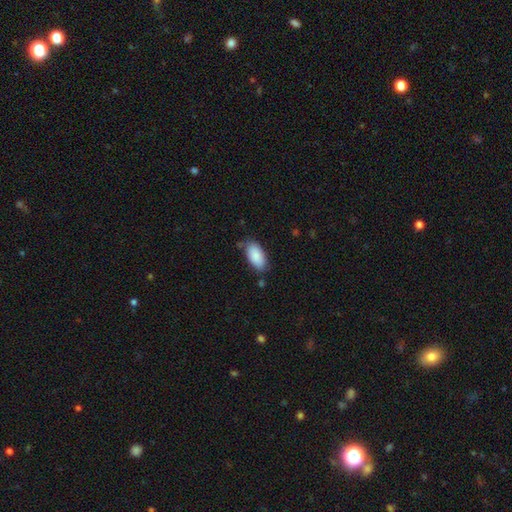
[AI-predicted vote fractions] Smooth or featured: smooth — 88% (star or artifact — 6%)
How rounded: in between — 93% (cigar-shaped — 5%)
Merging: none — 75% (minor disturbance — 18%)